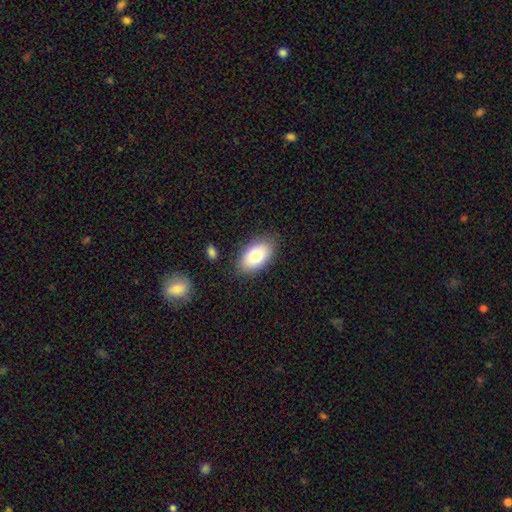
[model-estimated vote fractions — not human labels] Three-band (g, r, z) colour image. It shows a smooth galaxy with no disk features (78%) that is in between round and cigar-shaped (93%). Merging: none (85%).